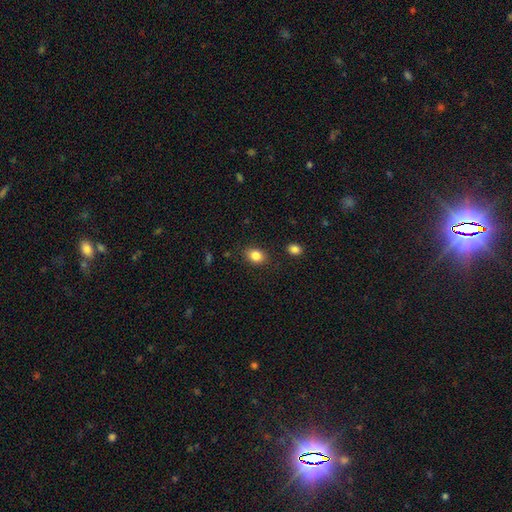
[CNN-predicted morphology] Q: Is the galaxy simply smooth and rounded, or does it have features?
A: smooth — 84%.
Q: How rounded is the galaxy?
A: in between — 64%.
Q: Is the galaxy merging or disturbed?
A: none — 84%.